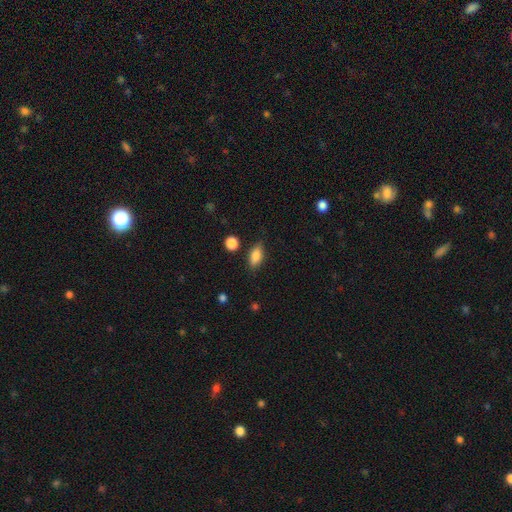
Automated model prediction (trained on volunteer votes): smooth_or_featured: smooth (p=0.83) [alt: featured or disk p=0.09]
how_rounded: in between (p=0.85) [alt: cigar-shaped p=0.09]
merging: none (p=0.79) [alt: minor disturbance p=0.15]